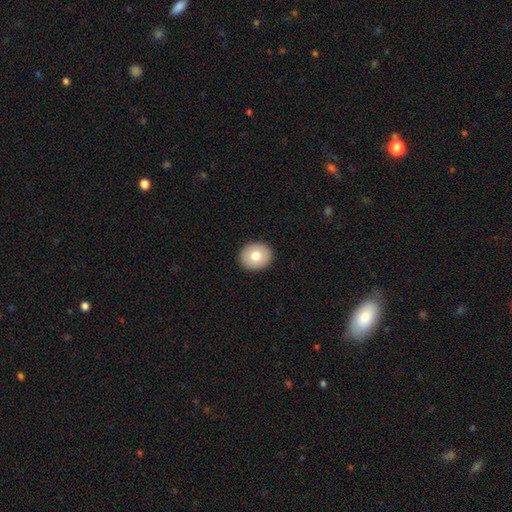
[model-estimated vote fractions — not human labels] smooth 75%, featured or disk 17%, star or artifact 8%. Down the decision tree: how rounded — round (69%); merging — none (92%).